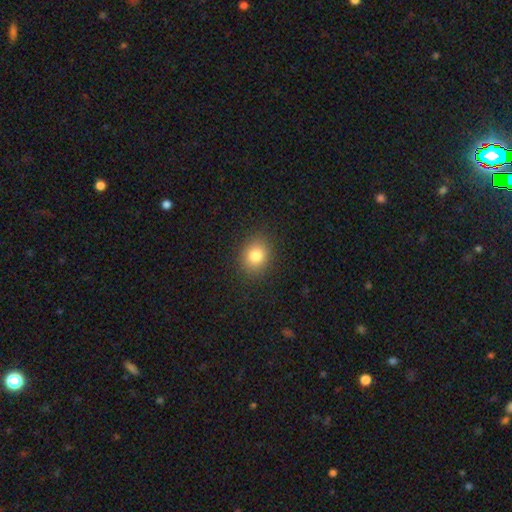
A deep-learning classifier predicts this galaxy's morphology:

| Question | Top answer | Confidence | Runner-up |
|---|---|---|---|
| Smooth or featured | smooth | 80% | star or artifact (12%) |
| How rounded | round | 59% | in between (40%) |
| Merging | none | 88% | minor disturbance (8%) |